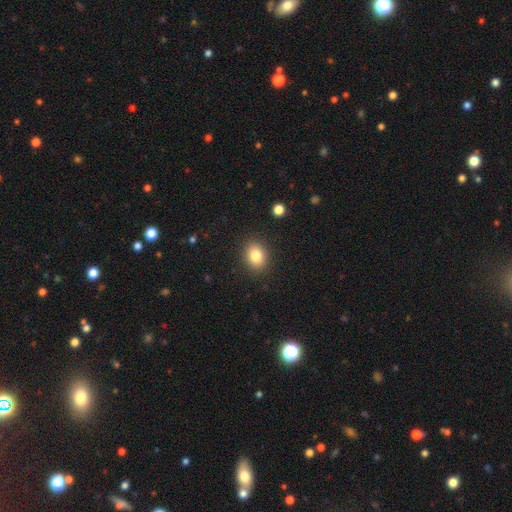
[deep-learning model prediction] smooth 83%, star or artifact 10%, featured or disk 7%. Down the decision tree: how rounded — in between (50%); merging — none (88%).